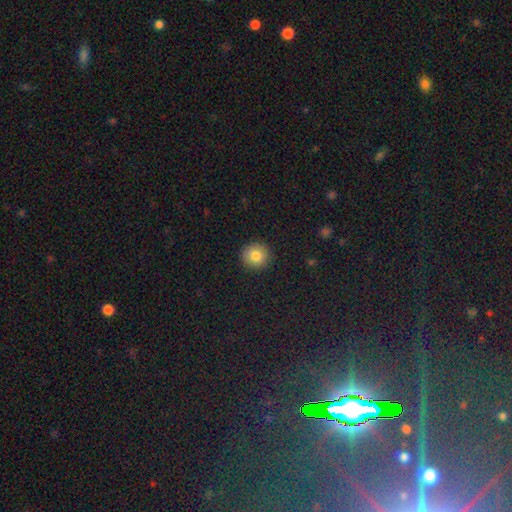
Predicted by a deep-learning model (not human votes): A smooth galaxy with no disk features (82%) that is round (93%).

Vote fractions:
- Smooth or featured? smooth: 82% / star or artifact: 10% / featured or disk: 8%
- How rounded? round: 93% / in between: 6% / cigar-shaped: 1%
- Merging? none: 92% / minor disturbance: 6% / major disturbance: 2% / merger: 1%